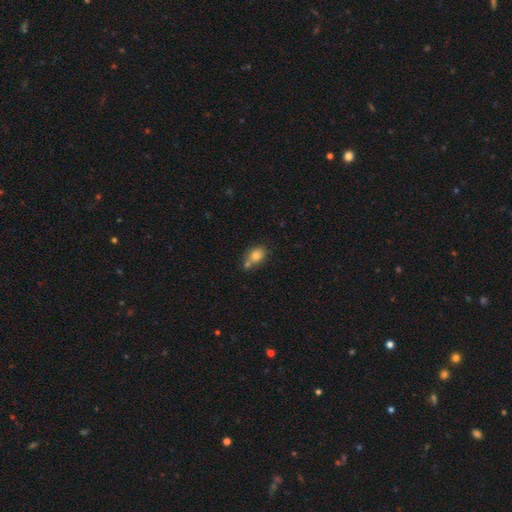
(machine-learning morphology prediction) Overall: smooth (78%). How rounded: in between (67%; round 31%). Merging: none (48%; merger 32%).